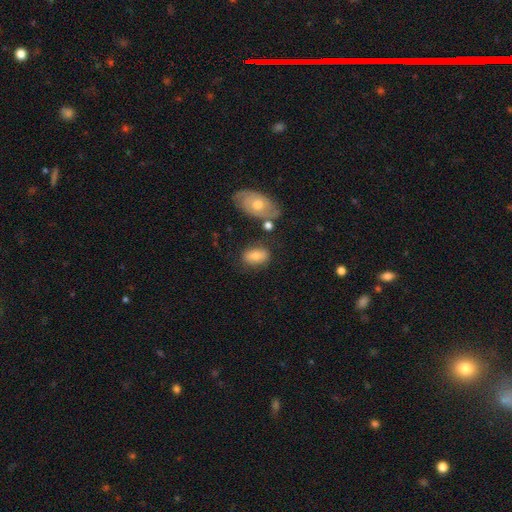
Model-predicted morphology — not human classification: This is likely a smooth galaxy (71%). How rounded: clearly in between (86%). Merging: likely none (69%).